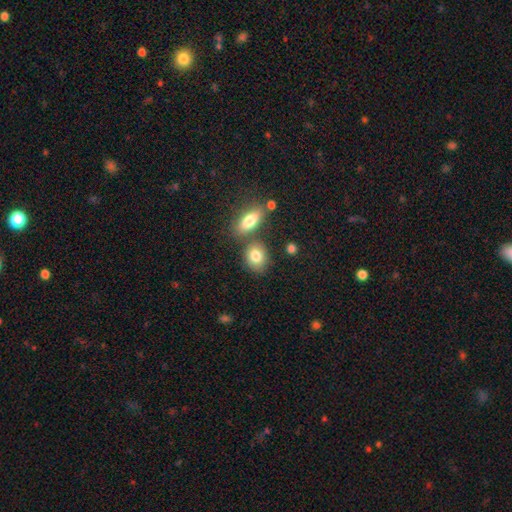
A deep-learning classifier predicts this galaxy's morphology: smooth-or-featured: smooth: 82% | featured or disk: 10% | star or artifact: 8%
  how-rounded: in between: 57% | round: 41% | cigar-shaped: 2%
  merging: none: 64% | merger: 20% | minor disturbance: 12% | major disturbance: 4%